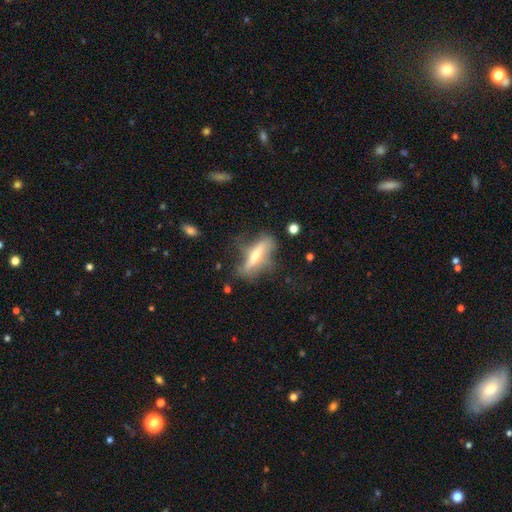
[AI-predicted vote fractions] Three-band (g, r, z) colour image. It shows a featured or disk galaxy (60%) viewed edge-on (69%). Merging: none (60%).